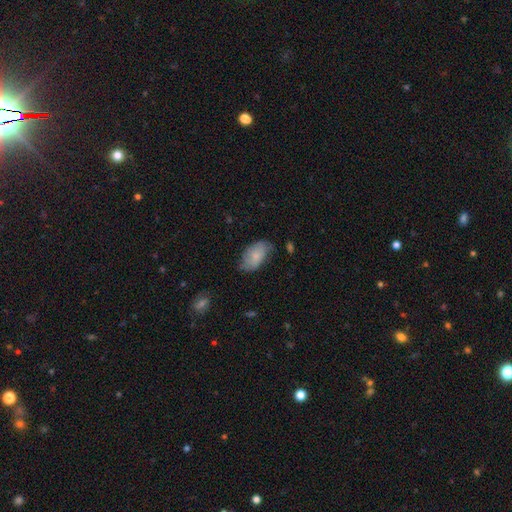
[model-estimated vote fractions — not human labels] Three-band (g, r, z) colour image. It shows a smooth galaxy with no disk features (73%) that is in between round and cigar-shaped (94%). Merging: none (62%).